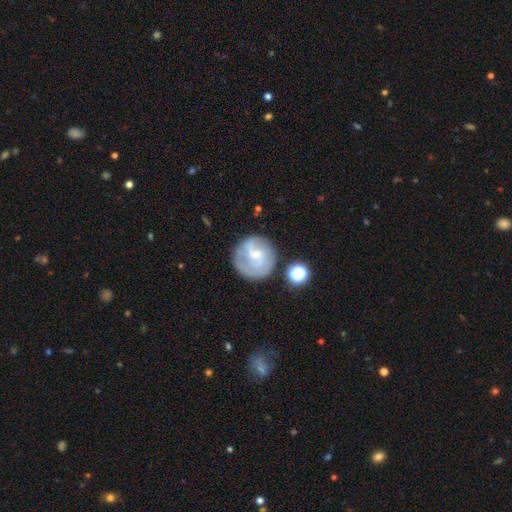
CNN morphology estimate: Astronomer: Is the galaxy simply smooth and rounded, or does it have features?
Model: featured or disk — 62%.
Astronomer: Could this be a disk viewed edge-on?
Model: no — 98%.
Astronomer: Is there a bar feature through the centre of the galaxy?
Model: weak — 46% (runner-up: no, 45%).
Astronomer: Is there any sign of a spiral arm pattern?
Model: yes — 80%.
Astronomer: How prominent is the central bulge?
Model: small — 58%.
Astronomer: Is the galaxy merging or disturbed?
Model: none — 67%.